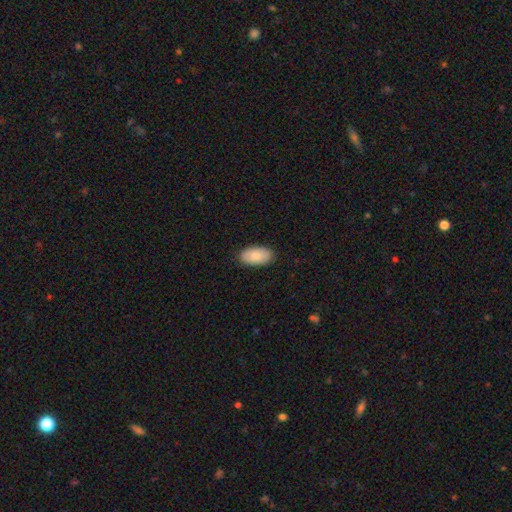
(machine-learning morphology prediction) Smooth or featured? Predicted: smooth (p=0.85). How rounded? Predicted: in between (p=0.95). Merging? Predicted: none (p=0.88).